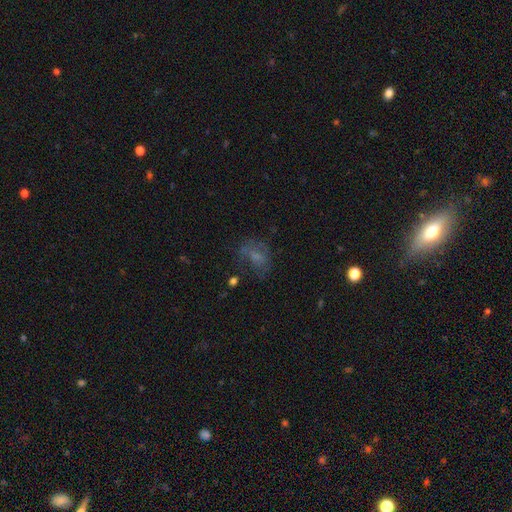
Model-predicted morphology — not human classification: The model was most divided on "smooth or featured": smooth: 45%, featured or disk: 34%, star or artifact: 21%. Remaining: merging — none (44%).